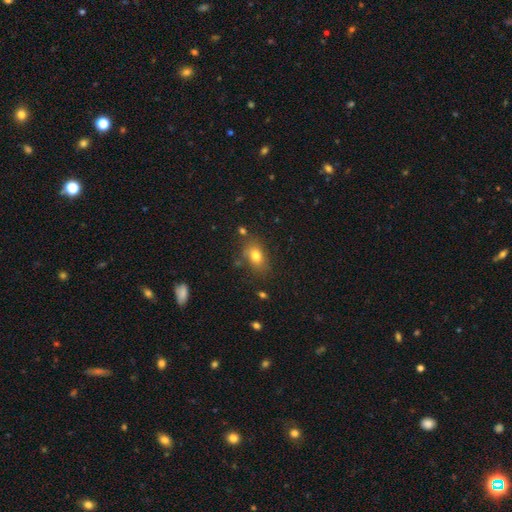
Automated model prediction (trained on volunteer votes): A smooth galaxy with no disk features (78%) that is in between round and cigar-shaped (74%).

Vote fractions:
- Smooth or featured? smooth: 78% / star or artifact: 11% / featured or disk: 11%
- How rounded? in between: 74% / round: 24% / cigar-shaped: 2%
- Merging? none: 75% / minor disturbance: 16% / major disturbance: 5% / merger: 4%